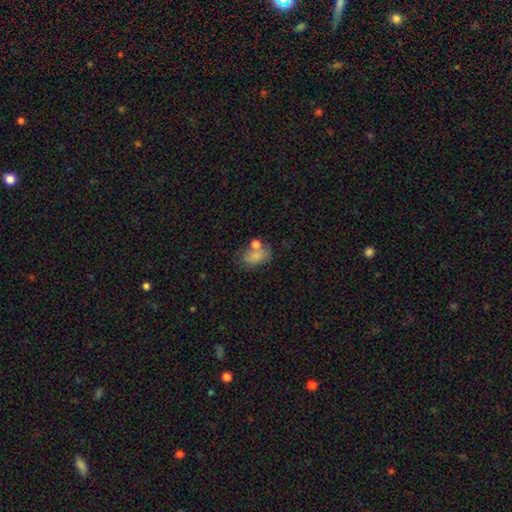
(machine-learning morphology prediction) smooth-or-featured: smooth: 72% | featured or disk: 17% | star or artifact: 11%
  how-rounded: in between: 78% | round: 21% | cigar-shaped: 1%
  merging: none: 39% | merger: 30% | minor disturbance: 20% | major disturbance: 12%